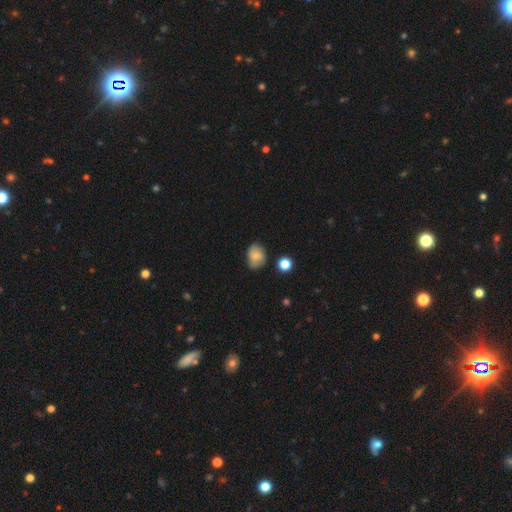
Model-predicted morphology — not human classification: Smooth or featured?
  - smooth: 76% *
  - featured or disk: 15%
  - star or artifact: 9%
How rounded?
  - in between: 62% *
  - round: 36%
  - cigar-shaped: 1%
Merging?
  - none: 68% *
  - minor disturbance: 25%
  - major disturbance: 4%
  - merger: 3%